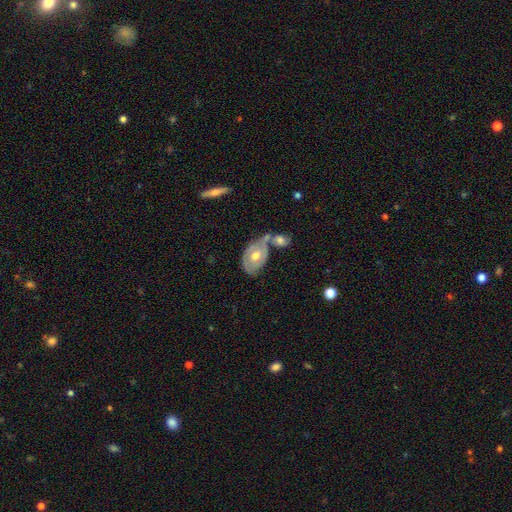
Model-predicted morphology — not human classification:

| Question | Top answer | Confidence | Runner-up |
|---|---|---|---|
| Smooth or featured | featured or disk | 56% | smooth (38%) |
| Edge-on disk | no | 91% | yes (9%) |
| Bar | no | 77% | weak (19%) |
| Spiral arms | no | 56% | yes (44%) |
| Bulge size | moderate | 76% | small (13%) |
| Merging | merger | 39% | none (35%) |